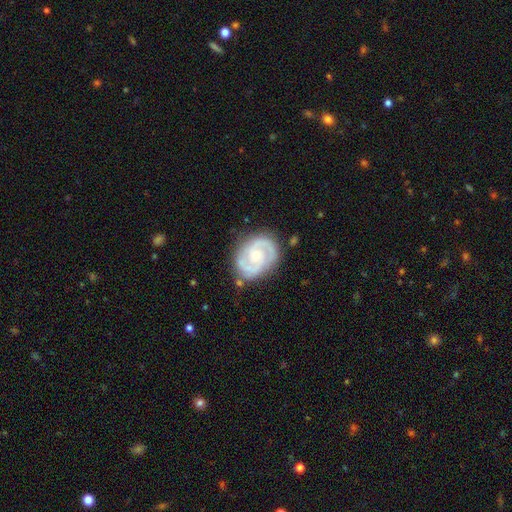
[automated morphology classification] Q: Smooth or featured?
A: featured or disk (86%); runner-up: smooth (9%)
Q: Edge-on disk?
A: no (98%); runner-up: yes (2%)
Q: Bar?
A: no (60%); runner-up: weak (33%)
Q: Spiral arms?
A: yes (96%); runner-up: no (4%)
Q: Spiral winding?
A: tight (46%); runner-up: medium (44%)
Q: Spiral arm count?
A: 2 (88%); runner-up: can't tell (5%)
Q: Bulge size?
A: moderate (49%); runner-up: small (46%)
Q: Merging?
A: none (79%); runner-up: minor disturbance (15%)